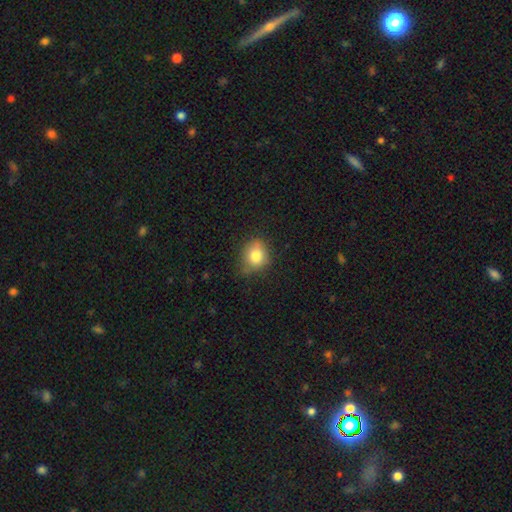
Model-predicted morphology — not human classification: Smooth or featured? smooth (81%)
How rounded? round (71%)
Merging? none (64%)